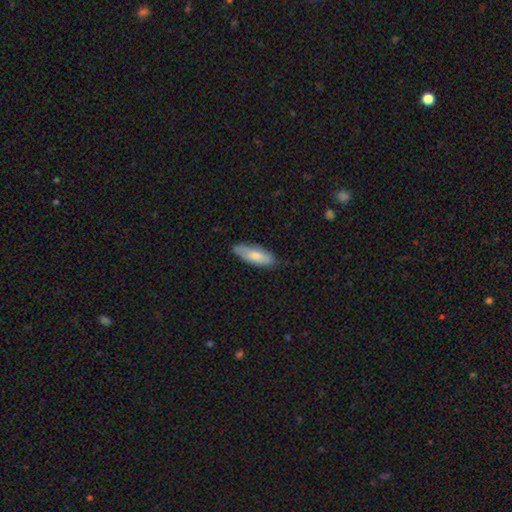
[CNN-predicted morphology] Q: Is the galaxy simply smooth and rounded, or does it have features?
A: smooth — 76%.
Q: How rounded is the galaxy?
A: in between — 69%.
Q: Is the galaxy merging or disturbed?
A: none — 76%.